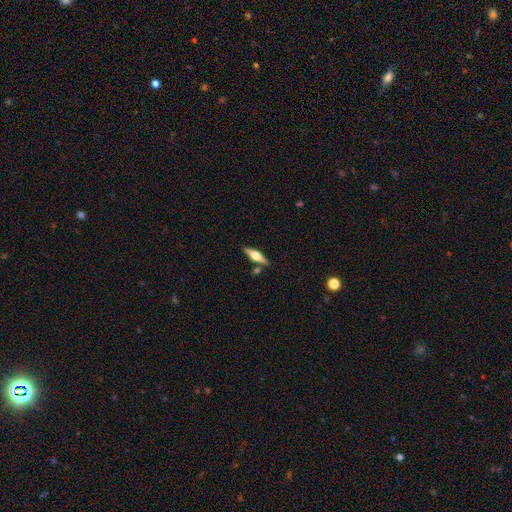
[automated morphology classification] A featured or disk galaxy (64%) viewed edge-on (96%) with a rounded central bulge (91%). Merging: none (81%).